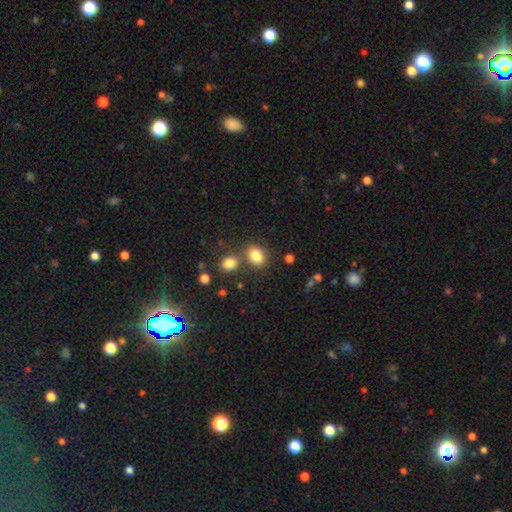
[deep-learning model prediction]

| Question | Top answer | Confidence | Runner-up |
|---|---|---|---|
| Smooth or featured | smooth | 83% | star or artifact (11%) |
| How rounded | in between | 50% | round (49%) |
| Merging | none | 65% | merger (20%) |